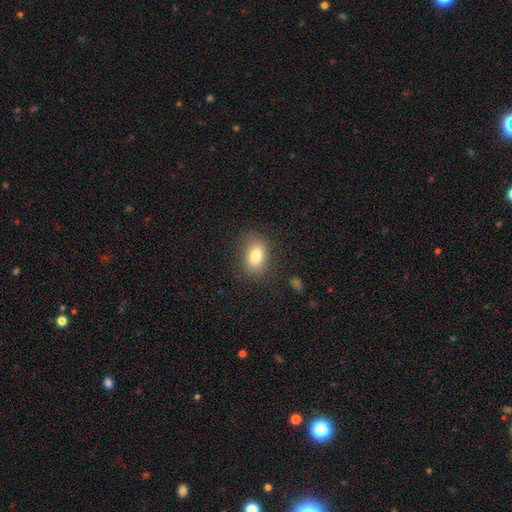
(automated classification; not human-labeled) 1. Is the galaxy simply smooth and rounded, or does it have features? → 79% smooth, 11% featured or disk, 10% star or artifact.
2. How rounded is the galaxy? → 76% in between, 23% round, 2% cigar-shaped.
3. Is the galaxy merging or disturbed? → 80% none, 13% minor disturbance, 5% major disturbance, 1% merger.